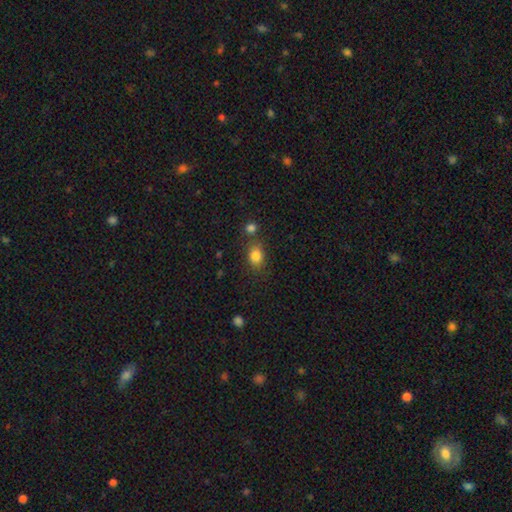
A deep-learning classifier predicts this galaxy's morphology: Smooth or featured: smooth — 83% (star or artifact — 11%)
How rounded: in between — 65% (round — 33%)
Merging: none — 68% (minor disturbance — 15%)